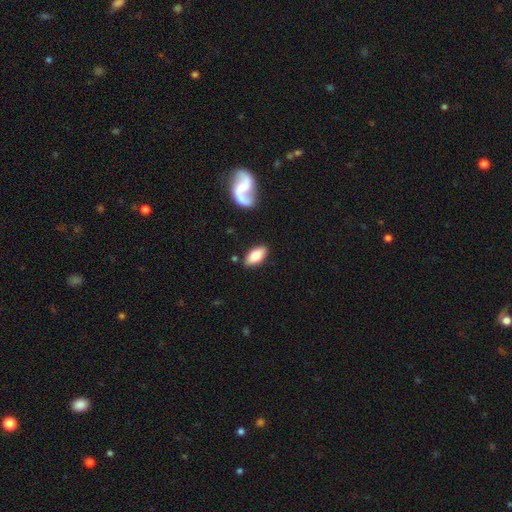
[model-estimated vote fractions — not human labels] smooth 74%, featured or disk 19%, star or artifact 7%. Down the decision tree: how rounded — in between (90%); merging — none (85%).